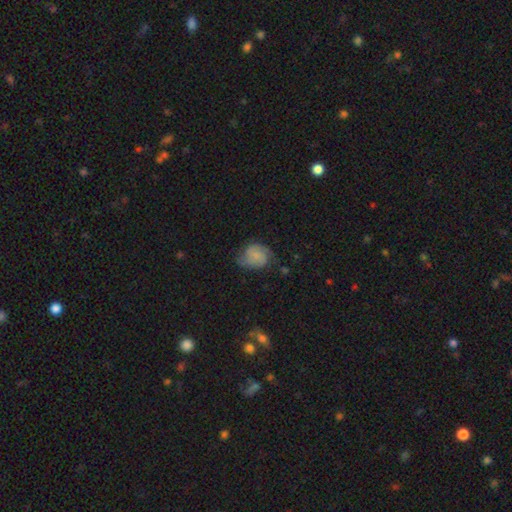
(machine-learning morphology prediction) Smooth or featured? featured or disk (57%)
Edge-on disk? no (98%)
Bar? no (66%)
Spiral arms? yes (91%)
Spiral winding? medium (45%)
Spiral arm count? 2 (77%)
Bulge size? none (50%)
Merging? none (59%)